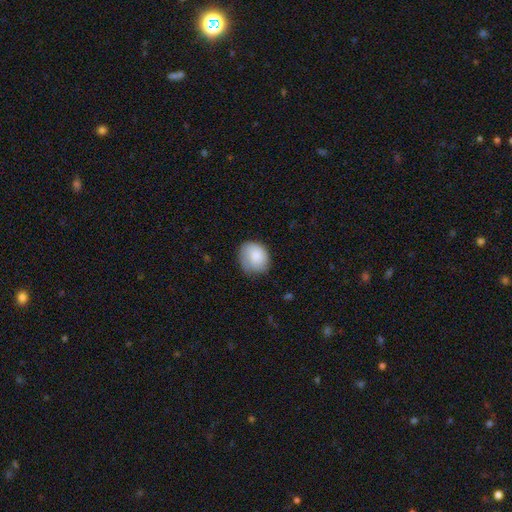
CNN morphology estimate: A smooth galaxy with no disk features (79%) that is round (63%).

Vote fractions:
- Smooth or featured? smooth: 79% / featured or disk: 14% / star or artifact: 7%
- How rounded? round: 63% / in between: 36% / cigar-shaped: 1%
- Merging? none: 65% / minor disturbance: 27% / major disturbance: 7% / merger: 1%